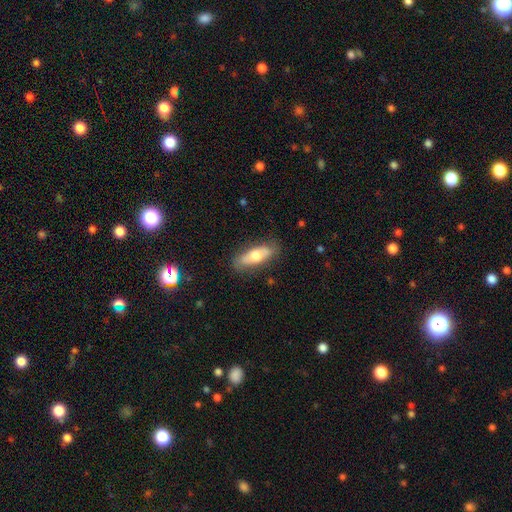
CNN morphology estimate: smooth 57%, featured or disk 37%, star or artifact 6%. Down the decision tree: how rounded — in between (68%); merging — none (80%).